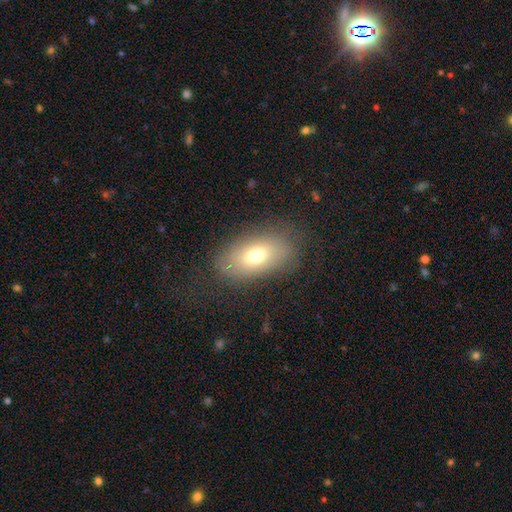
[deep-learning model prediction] This appears to be a smooth galaxy with no disk features (69%) that is in between round and cigar-shaped (89%). Merging: none (76%).